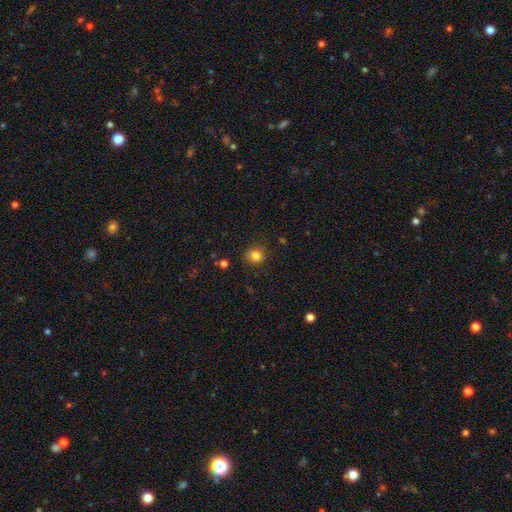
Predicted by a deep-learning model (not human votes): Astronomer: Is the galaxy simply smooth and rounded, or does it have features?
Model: smooth — 83%.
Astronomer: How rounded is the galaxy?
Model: round — 89%.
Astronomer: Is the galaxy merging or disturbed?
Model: none — 87%.